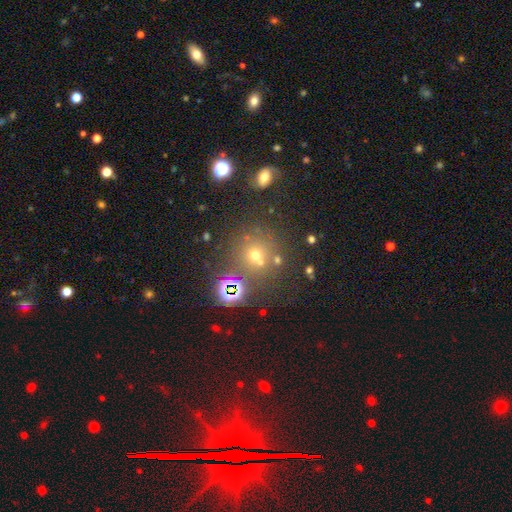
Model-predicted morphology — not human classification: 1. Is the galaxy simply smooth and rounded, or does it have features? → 55% smooth, 33% star or artifact, 13% featured or disk.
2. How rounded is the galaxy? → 89% round, 10% in between, 1% cigar-shaped.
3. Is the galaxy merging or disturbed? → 68% none, 16% merger, 10% minor disturbance, 6% major disturbance.